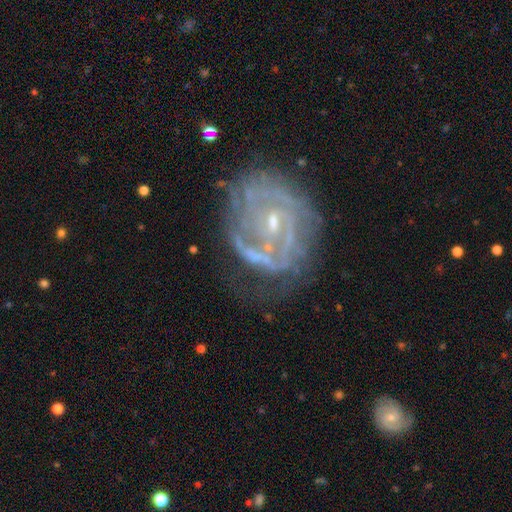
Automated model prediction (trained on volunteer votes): This is clearly a featured or disk galaxy (82%). It is clearly not viewed edge-on (97%). Bar: marginally weak (44%). Spiral arm pattern: likely yes (80%). Spiral arm count: marginally can't tell (40%). Spiral winding: possibly tight (54%). Central bulge: possibly small (53%). Merging: possibly none (49%).